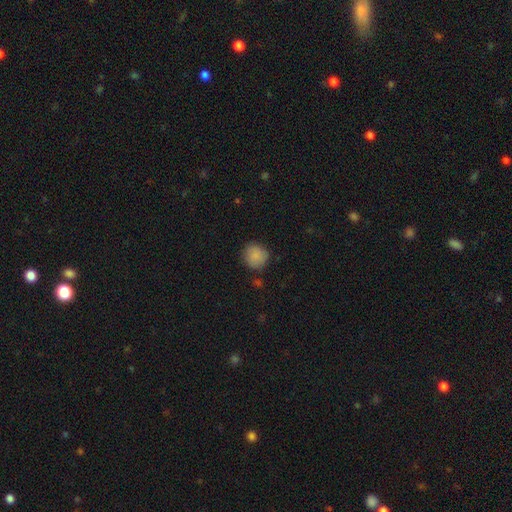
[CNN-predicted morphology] This is clearly a smooth galaxy (87%). How rounded: clearly round (89%). Merging: clearly none (82%).